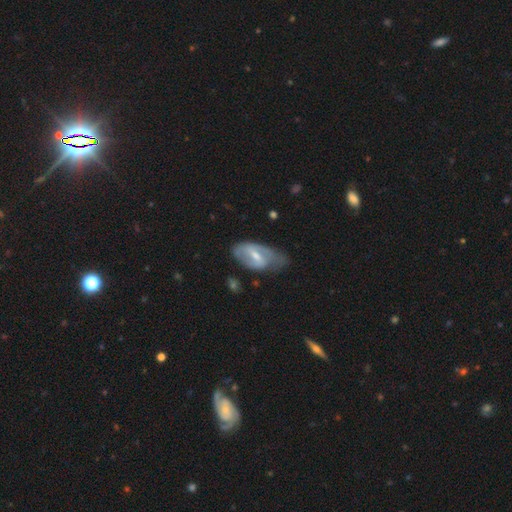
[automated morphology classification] Smooth or featured: featured or disk — 62% (smooth — 32%)
Edge-on disk: no — 93% (yes — 7%)
Bar: weak — 48% (strong — 37%)
Spiral arms: yes — 66% (no — 34%)
Bulge size: moderate — 49% (small — 43%)
Merging: none — 42% (minor disturbance — 37%)